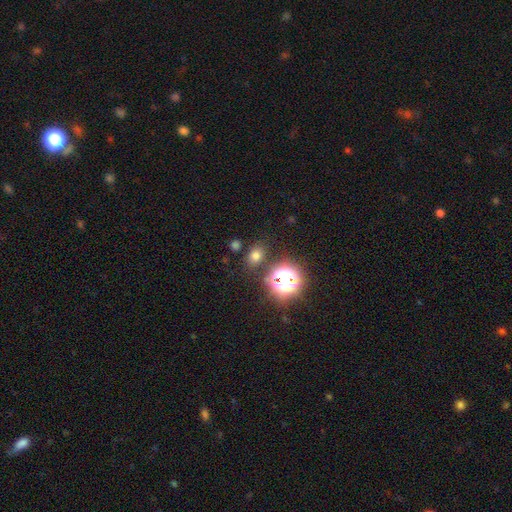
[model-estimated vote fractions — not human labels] Q: Smooth or featured?
A: smooth (69%); runner-up: star or artifact (23%)
Q: How rounded?
A: in between (53%); runner-up: round (46%)
Q: Merging?
A: none (81%); runner-up: minor disturbance (10%)